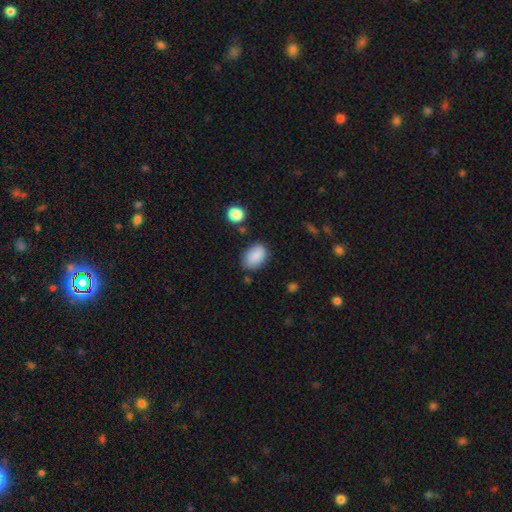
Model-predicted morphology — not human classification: This appears to be a smooth galaxy with no disk features (85%) that is in between round and cigar-shaped (82%). Merging: none (75%).